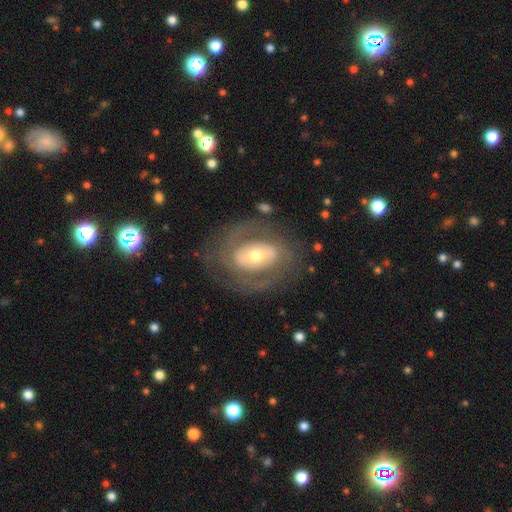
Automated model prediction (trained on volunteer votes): A featured or disk galaxy (73%) with no bar (50%), spiral arms (61%) and a moderate central bulge (61%). Merging: none (72%).